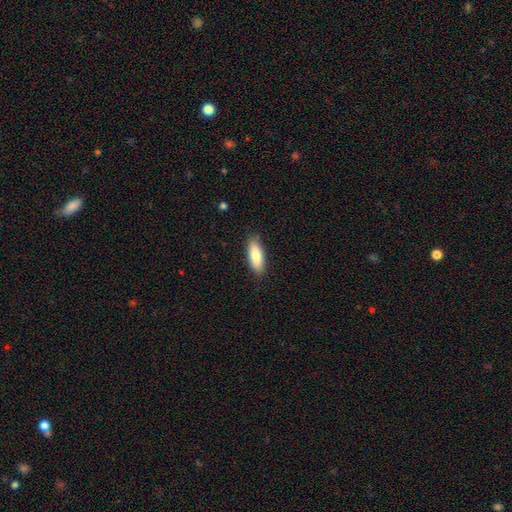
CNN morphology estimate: type=smooth (84%); roundness=in between (64%); merging=none (87%).